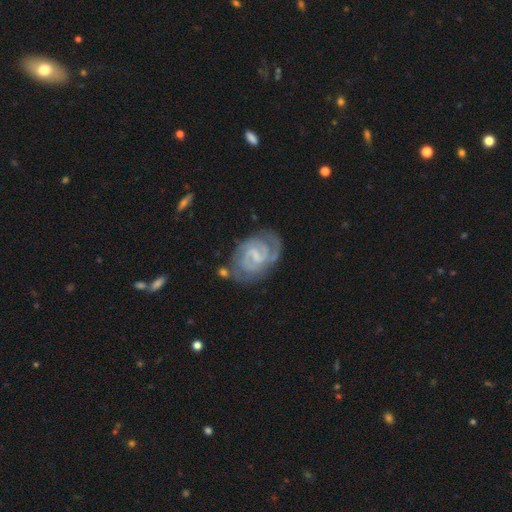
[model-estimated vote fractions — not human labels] Overall: featured or disk (88%). Edge-on disk: no (98%). Bar: weak (57%; strong 24%). Spiral arms: yes (97%). Spiral arm count: 2 (75%). Spiral winding: tight (56%; medium 38%). Bulge size: small (49%; none 29%). Merging: none (70%).